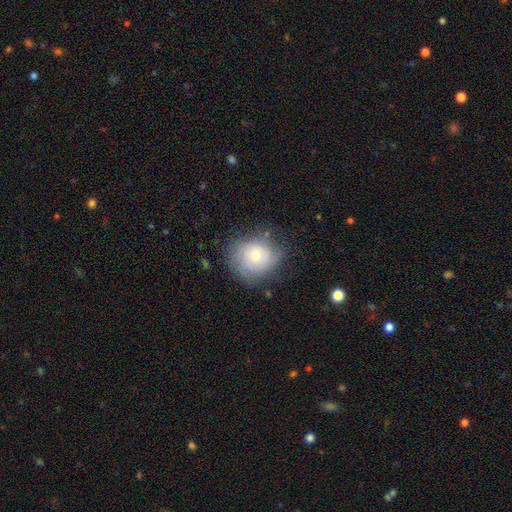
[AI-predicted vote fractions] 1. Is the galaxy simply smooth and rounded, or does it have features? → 60% smooth, 31% featured or disk, 9% star or artifact.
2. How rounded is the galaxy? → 70% round, 29% in between, 1% cigar-shaped.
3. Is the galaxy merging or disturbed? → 63% none, 25% minor disturbance, 10% major disturbance, 2% merger.